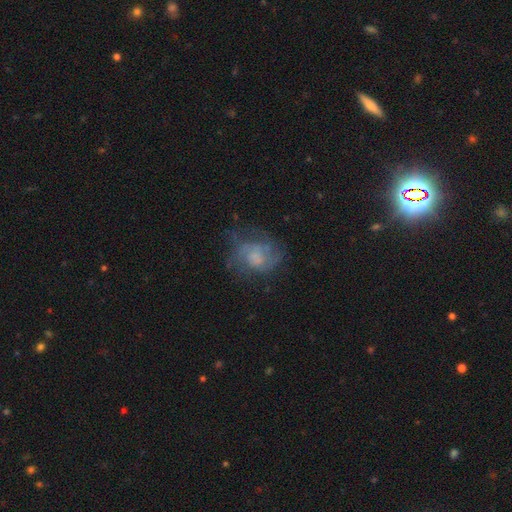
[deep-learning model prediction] smooth-or-featured: featured or disk: 58% | smooth: 30% | star or artifact: 12%
  disk-edge-on: no: 98% | yes: 2%
    bar: no: 74% | weak: 23% | strong: 3%
    has-spiral-arms: yes: 74% | no: 26%
    bulge-size: none: 38% | small: 25% | moderate: 24% | large: 11% | dominant: 2%
  merging: none: 58% | minor disturbance: 21% | major disturbance: 20% | merger: 2%